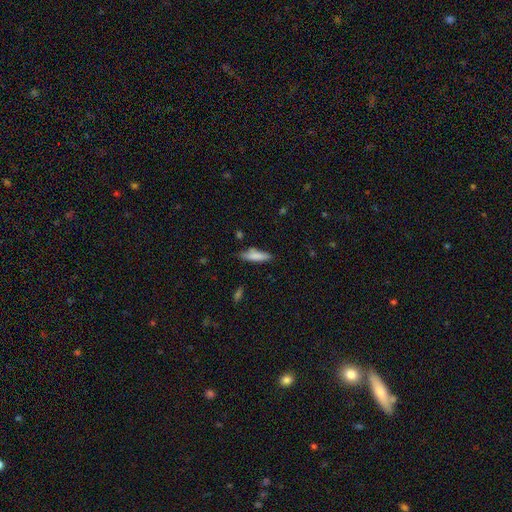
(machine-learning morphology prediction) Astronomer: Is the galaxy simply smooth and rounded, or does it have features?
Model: smooth — 80%.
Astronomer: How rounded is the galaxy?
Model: cigar-shaped — 68%.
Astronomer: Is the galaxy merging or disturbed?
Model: none — 76%.